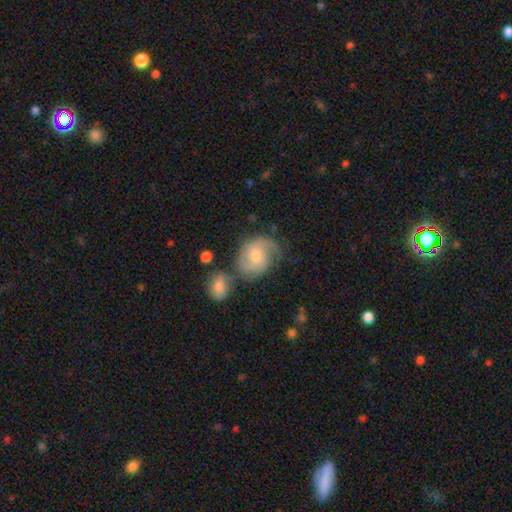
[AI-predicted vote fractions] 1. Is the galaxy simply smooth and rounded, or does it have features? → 67% featured or disk, 26% smooth, 7% star or artifact.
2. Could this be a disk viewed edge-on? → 97% no, 3% yes.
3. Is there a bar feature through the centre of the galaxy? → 60% no, 35% weak, 5% strong.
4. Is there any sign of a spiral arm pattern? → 92% yes, 8% no.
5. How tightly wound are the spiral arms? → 46% medium, 32% tight, 22% loose.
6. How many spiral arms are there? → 67% 2, 13% can't tell, 10% 1, 6% 3, 2% 4, 2% more than 4.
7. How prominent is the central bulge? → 58% moderate, 35% small, 3% large, 2% none, 1% dominant.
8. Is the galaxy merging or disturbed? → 55% none, 21% minor disturbance, 14% merger, 10% major disturbance.